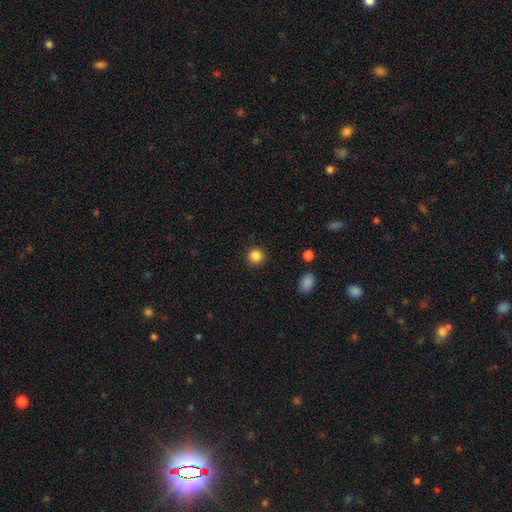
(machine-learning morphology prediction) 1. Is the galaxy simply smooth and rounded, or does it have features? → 86% smooth, 11% star or artifact, 3% featured or disk.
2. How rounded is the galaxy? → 94% round, 5% in between, 1% cigar-shaped.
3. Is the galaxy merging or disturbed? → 91% none, 6% minor disturbance, 2% major disturbance, 1% merger.